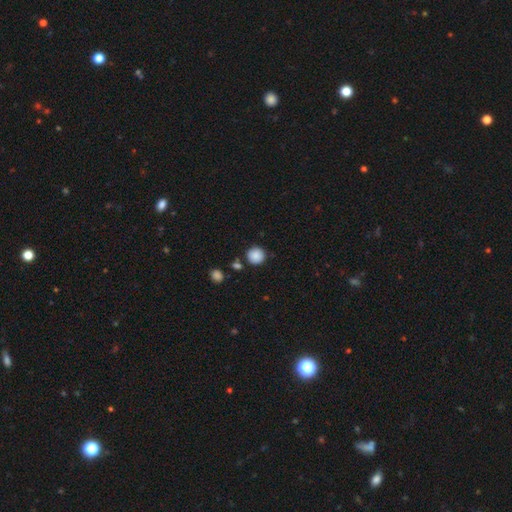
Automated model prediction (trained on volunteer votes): This is clearly a smooth galaxy (88%). How rounded: clearly round (94%). Merging: clearly none (83%).